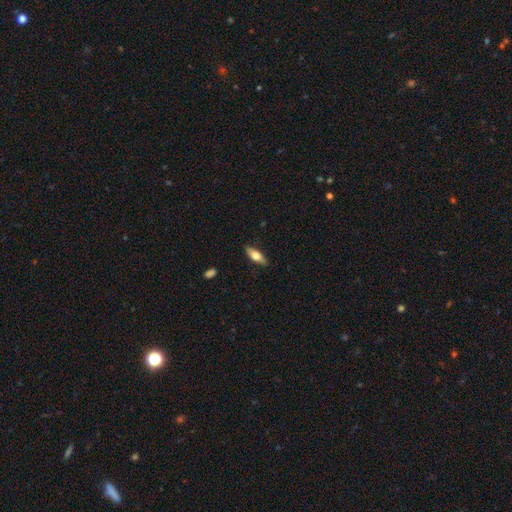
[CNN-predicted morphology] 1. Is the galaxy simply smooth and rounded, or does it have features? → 52% smooth, 42% featured or disk, 6% star or artifact.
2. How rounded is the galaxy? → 59% in between, 37% cigar-shaped, 3% round.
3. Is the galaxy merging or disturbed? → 86% none, 11% minor disturbance, 2% major disturbance, 1% merger.